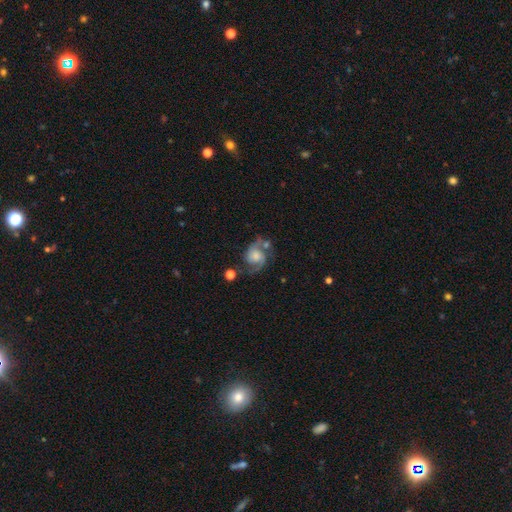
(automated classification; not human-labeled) Smooth or featured? featured or disk (82%)
Edge-on disk? no (98%)
Bar? no (66%)
Spiral arms? yes (96%)
Spiral winding? medium (54%)
Spiral arm count? 2 (89%)
Bulge size? moderate (37%)
Merging? none (55%)